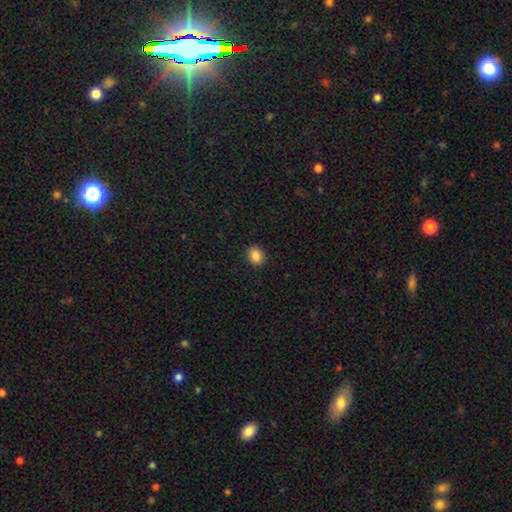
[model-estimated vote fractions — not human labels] This appears to be a smooth galaxy with no disk features (87%) that is round (59%). Merging: none (90%).